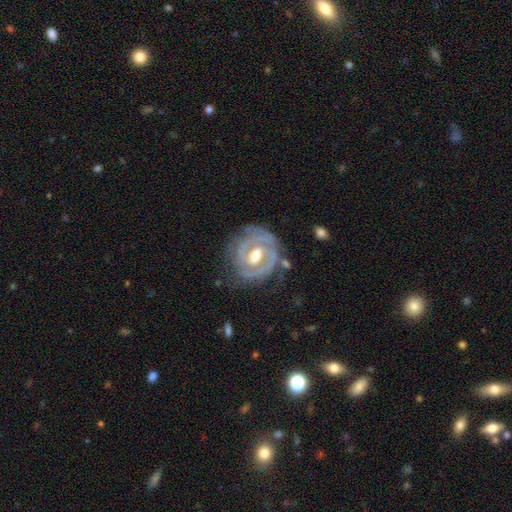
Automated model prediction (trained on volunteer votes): A featured or disk galaxy (86%) with a weak bar (48%), 2 (64%) tight (68%) spiral arms (88%) and a moderate central bulge (75%). Merging: none (71%).